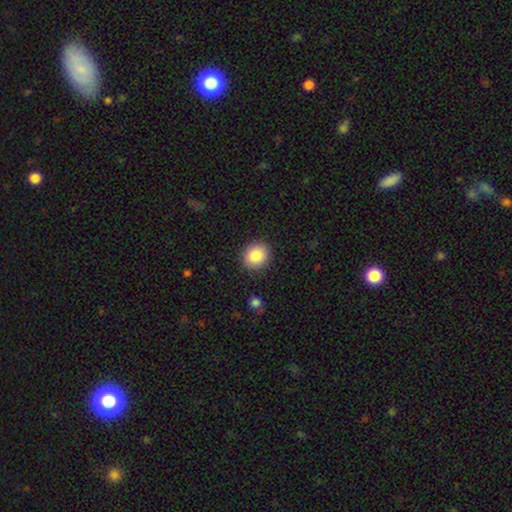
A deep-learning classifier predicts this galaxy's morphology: A smooth galaxy with no disk features (87%) that is round (81%).

Vote fractions:
- Smooth or featured? smooth: 87% / star or artifact: 8% / featured or disk: 5%
- How rounded? round: 81% / in between: 18% / cigar-shaped: 1%
- Merging? none: 89% / minor disturbance: 7% / major disturbance: 2% / merger: 1%